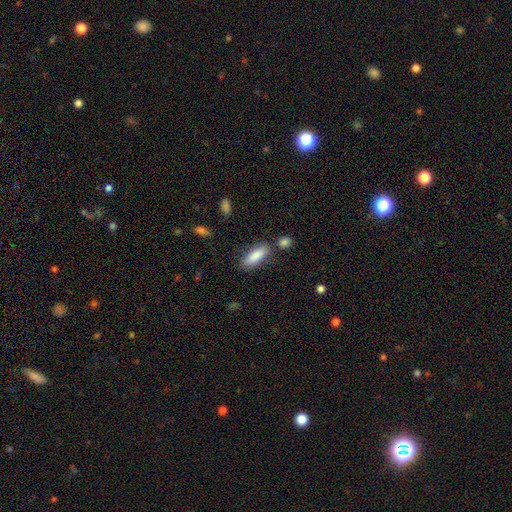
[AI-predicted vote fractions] This appears to be a smooth galaxy with no disk features (86%) that is in between round and cigar-shaped (69%). Merging: none (77%).